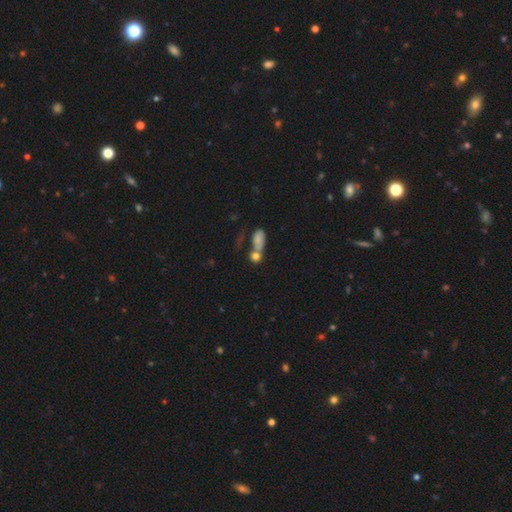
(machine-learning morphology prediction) This is possibly a smooth galaxy (57%). How rounded: possibly in between (58%). Merging: possibly merger (45%).